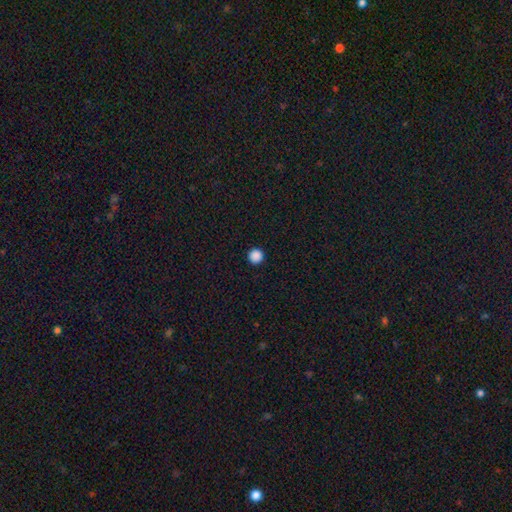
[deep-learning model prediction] Morphology: type=smooth (88%); roundness=round (97%); merging=none (94%).